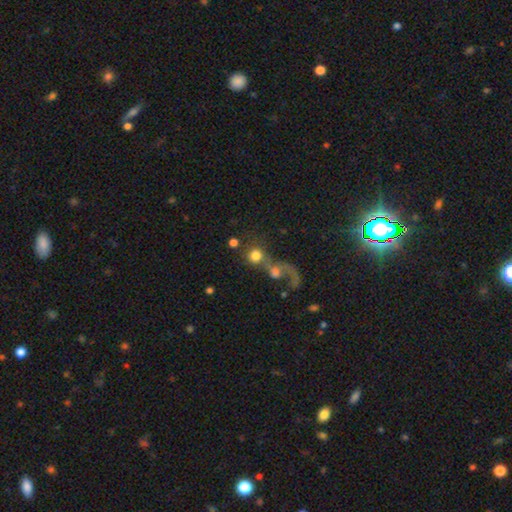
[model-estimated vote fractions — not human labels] Smooth or featured? smooth (68%)
How rounded? round (88%)
Merging? merger (54%)